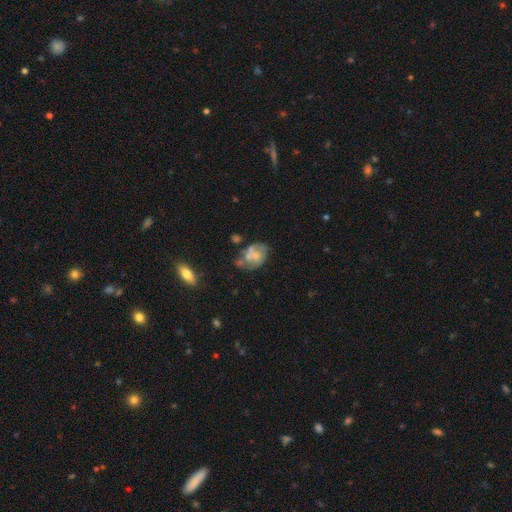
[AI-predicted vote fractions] The model was most divided on "smooth or featured": featured or disk: 46%, smooth: 45%, star or artifact: 10%. Remaining: merging — none (33%).